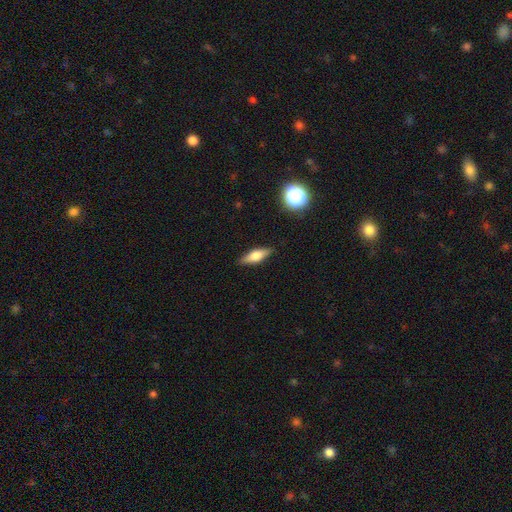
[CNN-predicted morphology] type=smooth (54%); roundness=in between (50%); merging=none (88%).